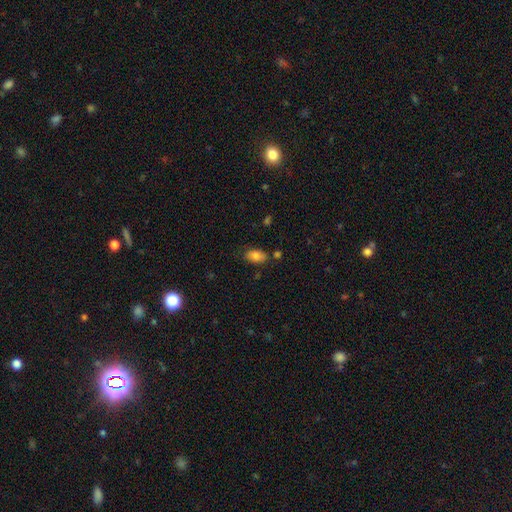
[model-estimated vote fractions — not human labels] This appears to be a smooth galaxy with no disk features (81%) that is in between round and cigar-shaped (92%). Merging: none (75%).